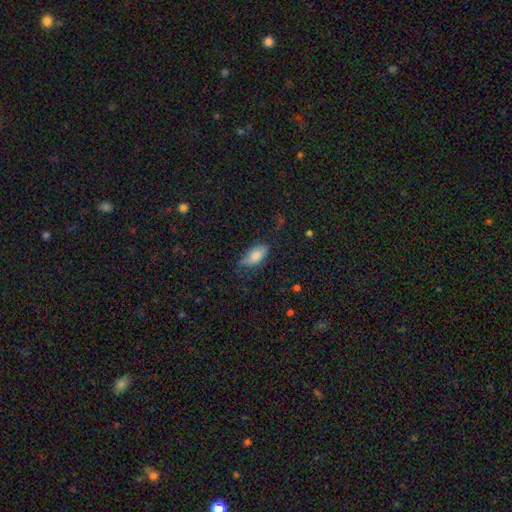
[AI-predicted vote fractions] Smooth or featured: smooth — 77% (featured or disk — 15%)
How rounded: in between — 87% (cigar-shaped — 9%)
Merging: none — 62% (minor disturbance — 29%)